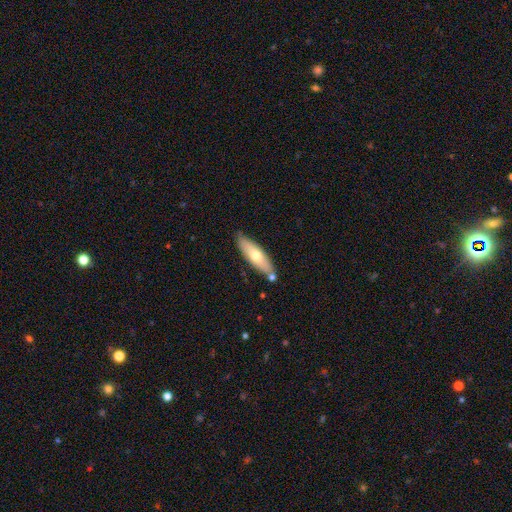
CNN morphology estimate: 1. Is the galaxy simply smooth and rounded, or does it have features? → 61% smooth, 34% featured or disk, 6% star or artifact.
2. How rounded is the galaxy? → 55% cigar-shaped, 43% in between, 2% round.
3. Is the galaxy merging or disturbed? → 75% none, 14% minor disturbance, 8% merger, 3% major disturbance.